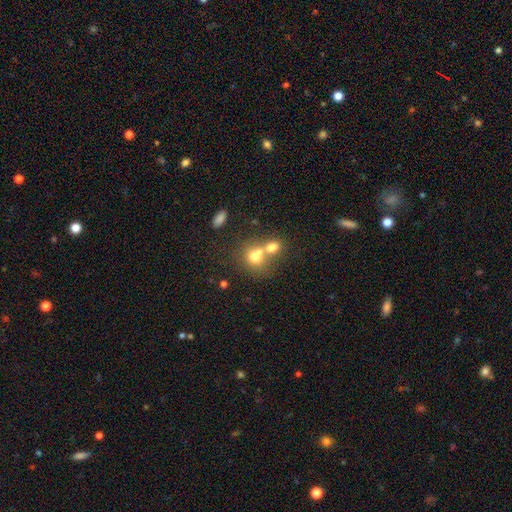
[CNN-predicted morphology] Smooth or featured?
  - smooth: 68% *
  - featured or disk: 19%
  - star or artifact: 13%
How rounded?
  - round: 64% *
  - in between: 34%
  - cigar-shaped: 1%
Merging?
  - merger: 62% *
  - none: 27%
  - minor disturbance: 7%
  - major disturbance: 4%